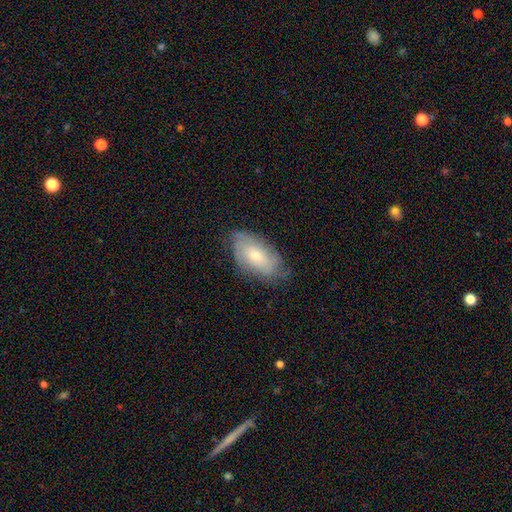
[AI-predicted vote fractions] Smooth or featured?
  - smooth: 53% *
  - featured or disk: 40%
  - star or artifact: 7%
How rounded?
  - in between: 92% *
  - cigar-shaped: 5%
  - round: 3%
Merging?
  - none: 69% *
  - minor disturbance: 24%
  - major disturbance: 6%
  - merger: 1%